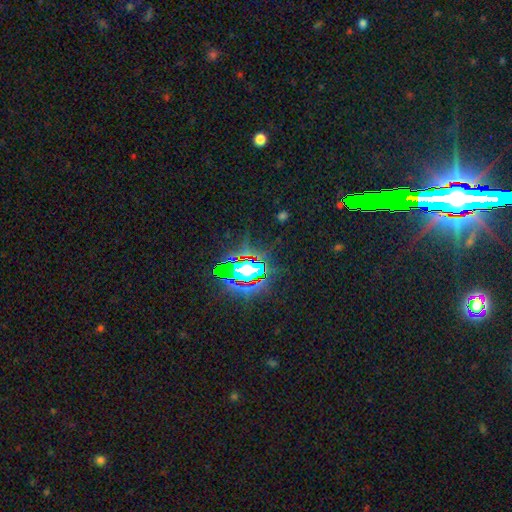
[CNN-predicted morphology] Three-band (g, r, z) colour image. It shows a star or artifact, not a galaxy (82%).